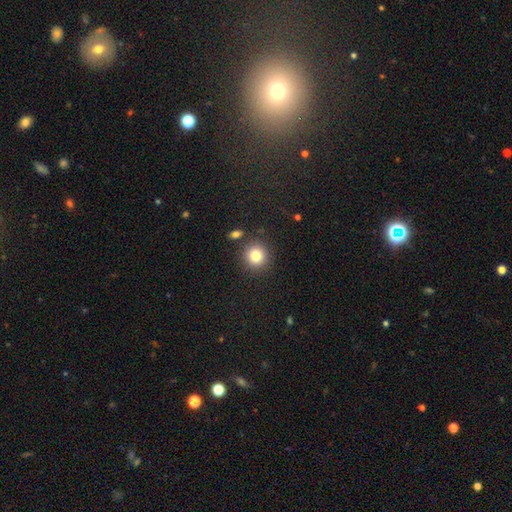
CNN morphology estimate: Smooth or featured? Predicted: smooth (p=0.82). How rounded? Predicted: round (p=0.91). Merging? Predicted: none (p=0.86).